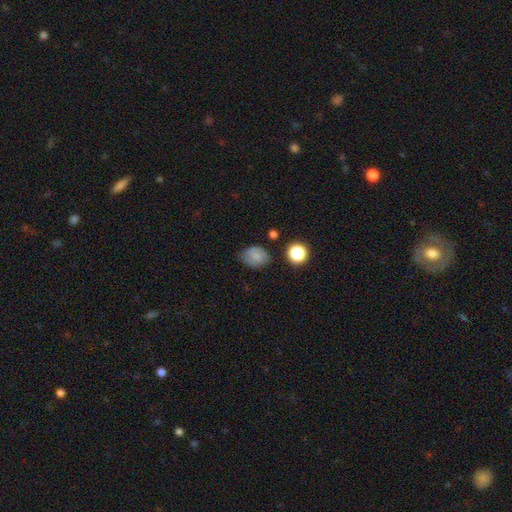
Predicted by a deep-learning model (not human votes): This is likely a smooth galaxy (68%). How rounded: possibly round (51%). Merging: likely none (69%).